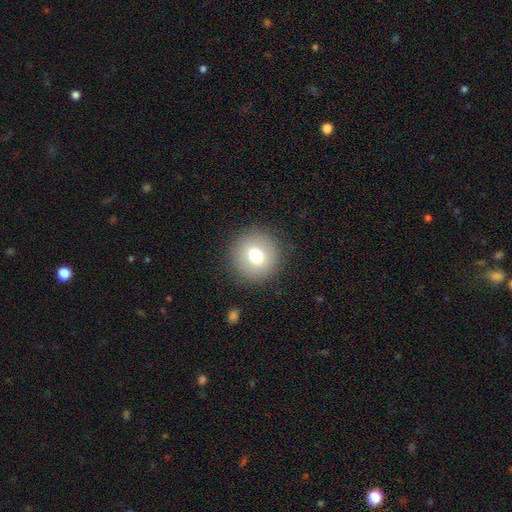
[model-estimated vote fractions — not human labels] Smooth or featured?
  - smooth: 72% *
  - featured or disk: 17%
  - star or artifact: 11%
How rounded?
  - round: 93% *
  - in between: 6%
  - cigar-shaped: 1%
Merging?
  - none: 89% *
  - minor disturbance: 7%
  - major disturbance: 3%
  - merger: 1%